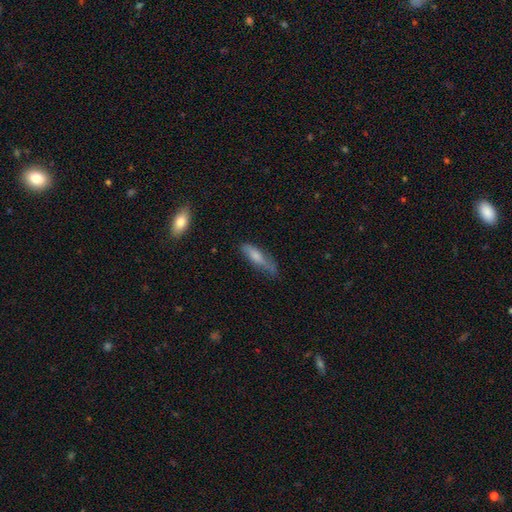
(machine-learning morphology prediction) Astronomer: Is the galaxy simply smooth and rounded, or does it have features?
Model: smooth — 61%.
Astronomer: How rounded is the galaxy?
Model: cigar-shaped — 76%.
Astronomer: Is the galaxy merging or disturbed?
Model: none — 65%.